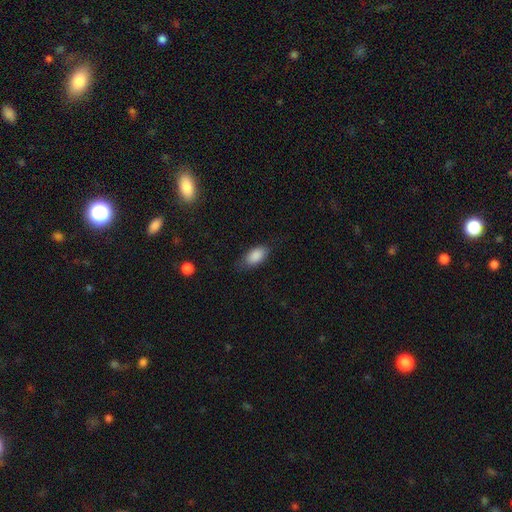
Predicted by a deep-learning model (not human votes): Smooth or featured? smooth (87%)
How rounded? in between (92%)
Merging? none (73%)